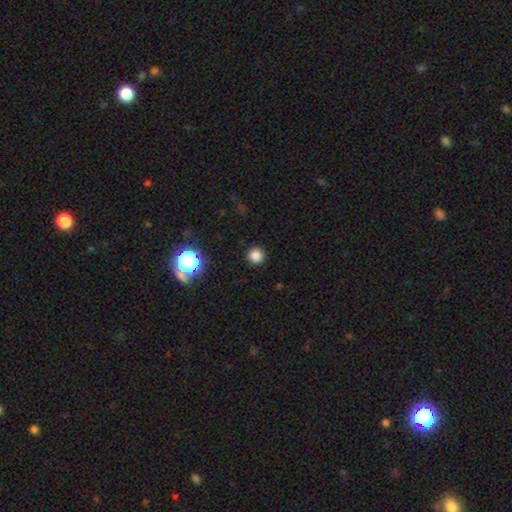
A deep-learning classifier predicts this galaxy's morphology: Smooth or featured? smooth (82%)
How rounded? round (95%)
Merging? none (92%)